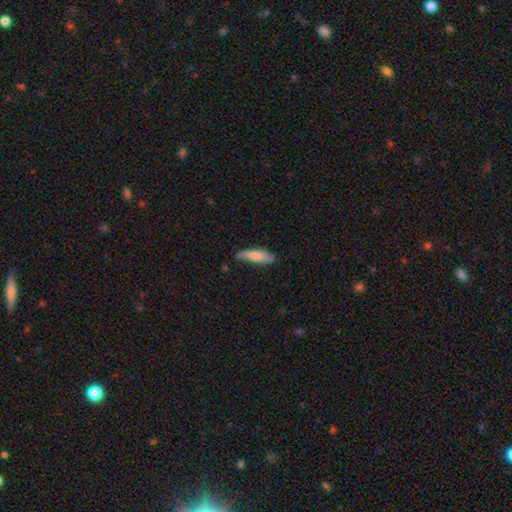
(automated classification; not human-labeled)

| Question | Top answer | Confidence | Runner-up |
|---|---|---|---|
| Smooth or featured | smooth | 71% | featured or disk (23%) |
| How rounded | cigar-shaped | 58% | in between (40%) |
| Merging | none | 61% | minor disturbance (31%) |